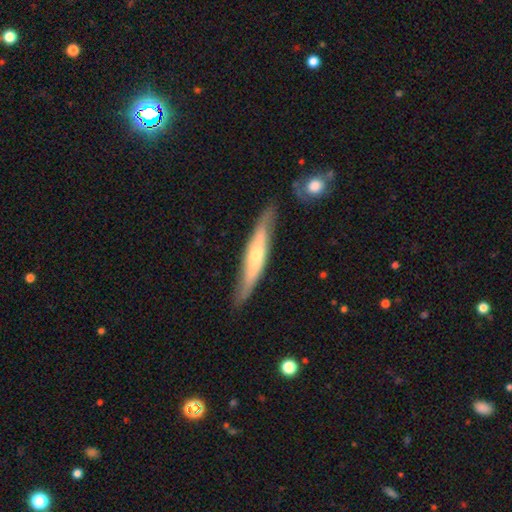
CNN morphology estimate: This appears to be a featured or disk galaxy (56%) viewed edge-on (77%). Merging: none (80%).